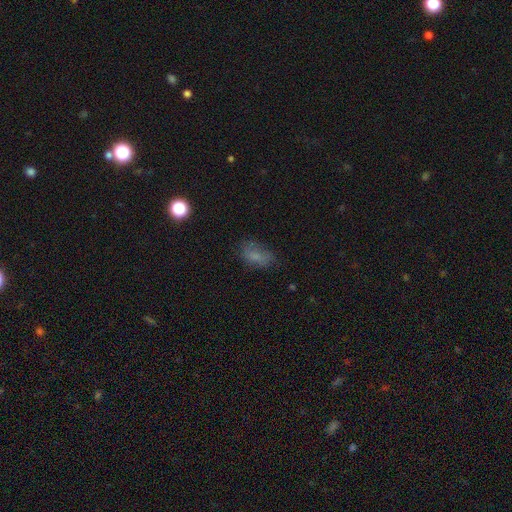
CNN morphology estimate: The model was most divided on "merging": none: 57%, minor disturbance: 27%, major disturbance: 14%, merger: 2%. More confident: how rounded — in between (87%); smooth or featured — smooth (71%).